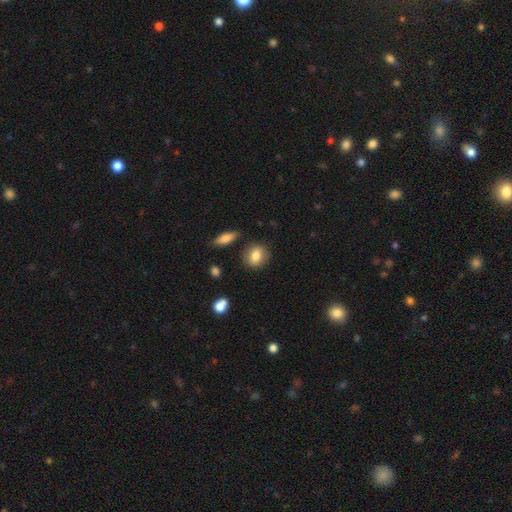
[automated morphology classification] smooth 81%, featured or disk 11%, star or artifact 8%. Down the decision tree: how rounded — round (50%); merging — none (82%).